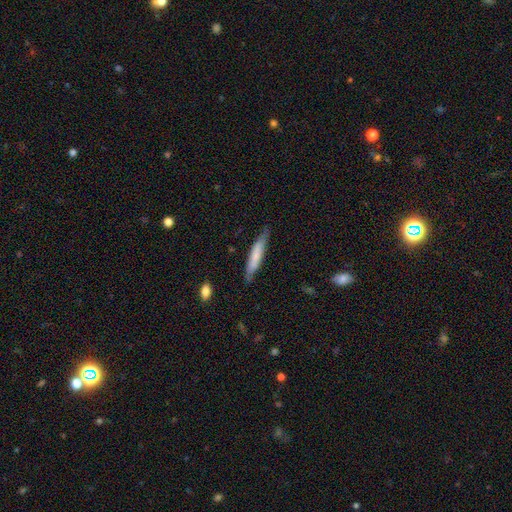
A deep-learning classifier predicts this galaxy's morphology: Q: Smooth or featured?
A: smooth (66%); runner-up: featured or disk (28%)
Q: How rounded?
A: cigar-shaped (90%); runner-up: in between (9%)
Q: Merging?
A: none (78%); runner-up: minor disturbance (17%)